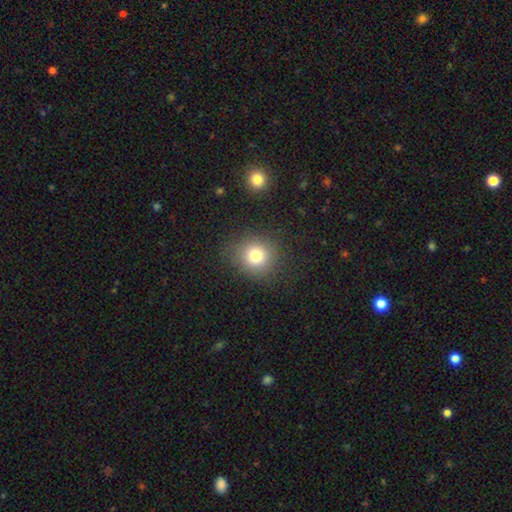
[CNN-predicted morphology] Overall: smooth (77%). How rounded: round (87%). Merging: none (84%).